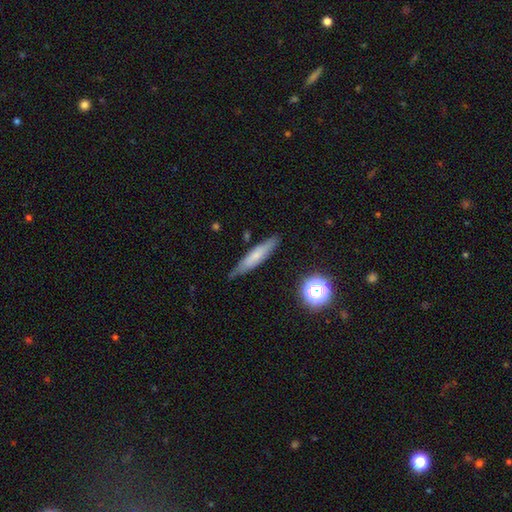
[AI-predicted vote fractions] smooth-or-featured: smooth: 60% | featured or disk: 32% | star or artifact: 9%
  how-rounded: cigar-shaped: 85% | in between: 13% | round: 2%
  merging: none: 77% | minor disturbance: 17% | major disturbance: 3% | merger: 2%